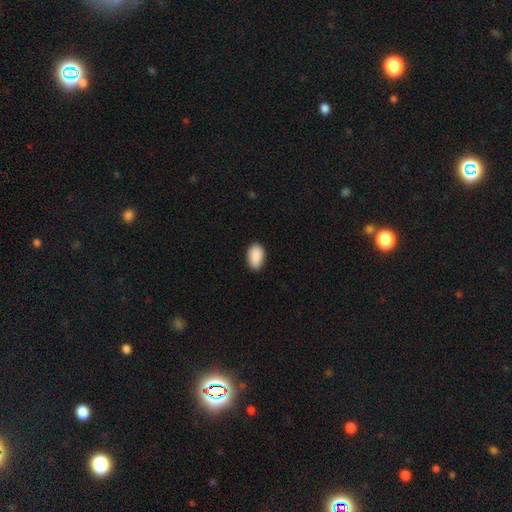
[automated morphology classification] smooth 90%, star or artifact 7%, featured or disk 3%. Down the decision tree: how rounded — in between (93%); merging — none (83%).